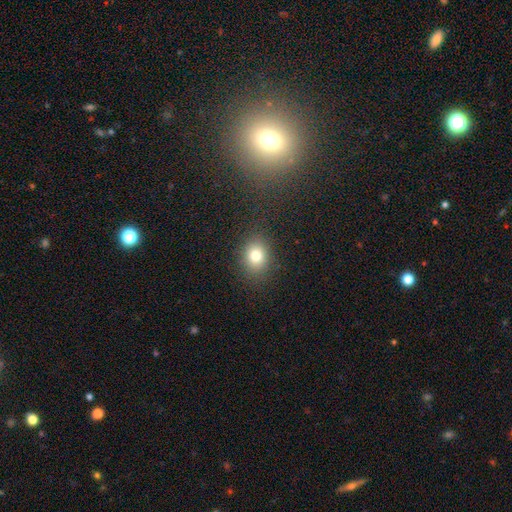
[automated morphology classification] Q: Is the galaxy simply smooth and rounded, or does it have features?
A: smooth — 78%.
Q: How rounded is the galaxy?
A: round — 52%.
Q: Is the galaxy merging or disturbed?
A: none — 85%.